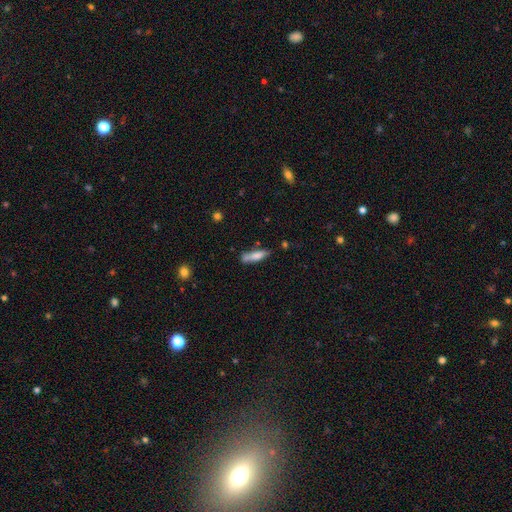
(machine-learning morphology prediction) Smooth or featured? Predicted: smooth (p=0.72). How rounded? Predicted: cigar-shaped (p=0.70). Merging? Predicted: none (p=0.61).